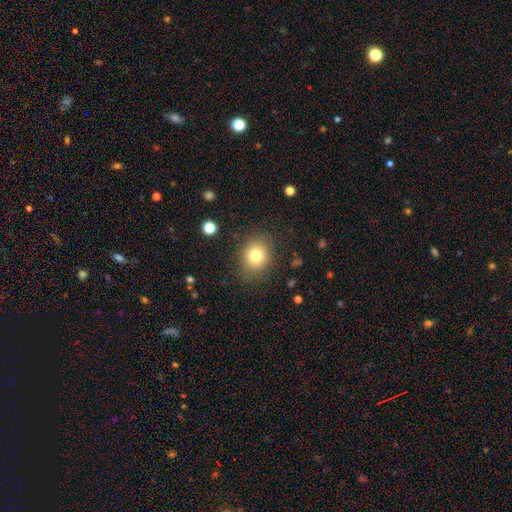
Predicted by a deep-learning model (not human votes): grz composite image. It shows a smooth galaxy with no disk features (78%) that is round (67%). Merging: none (83%).